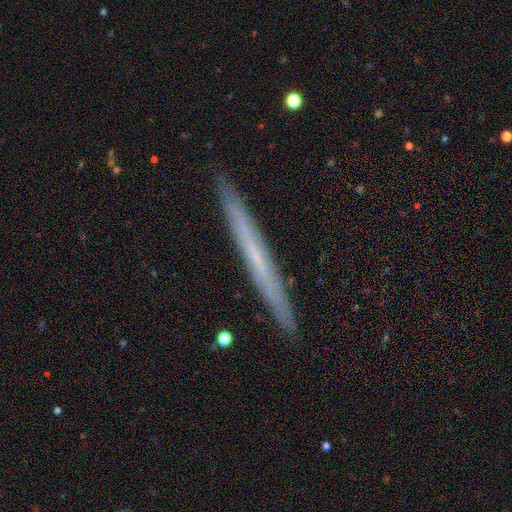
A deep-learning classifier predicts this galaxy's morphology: This is possibly a featured or disk galaxy (51%). It is clearly viewed edge-on (96%). Merging: clearly none (91%).